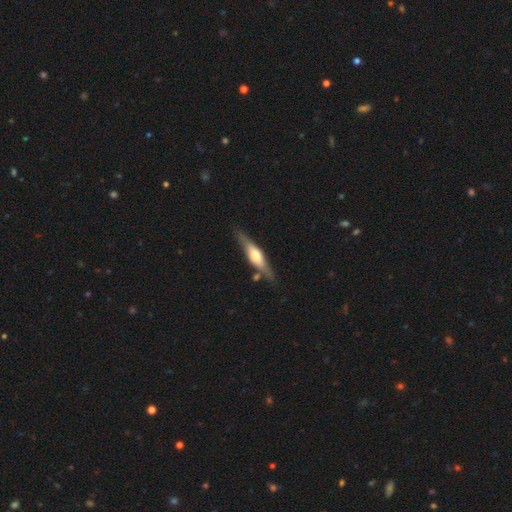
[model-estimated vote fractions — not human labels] The model was most divided on "smooth or featured": featured or disk: 63%, smooth: 32%, star or artifact: 5%. More confident: edge-on disk — yes (93%); edge-on bulge — rounded (81%); merging — none (78%).